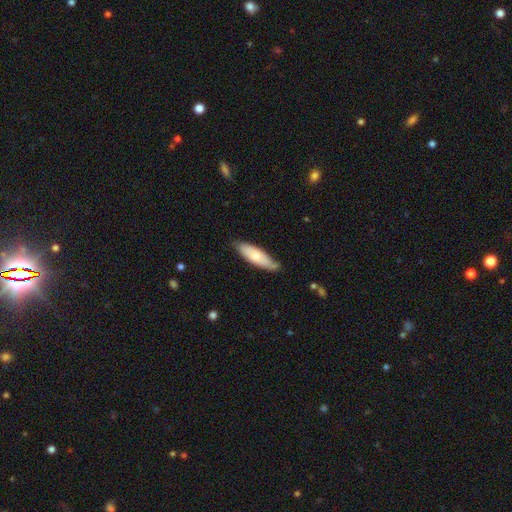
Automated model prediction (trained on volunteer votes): Smooth or featured: smooth — 66% (featured or disk — 28%)
How rounded: in between — 53% (cigar-shaped — 45%)
Merging: none — 69% (minor disturbance — 25%)